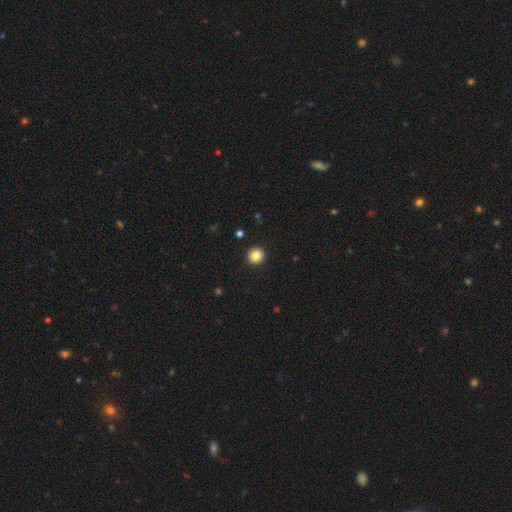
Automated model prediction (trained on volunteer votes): Morphology: type=smooth (85%); roundness=round (96%); merging=none (94%).